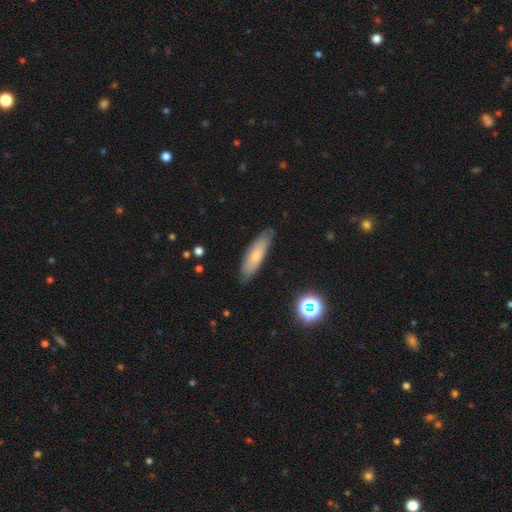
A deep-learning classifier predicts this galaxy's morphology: This appears to be a smooth galaxy with no disk features (71%) that is cigar-shaped (63%). Merging: none (83%).